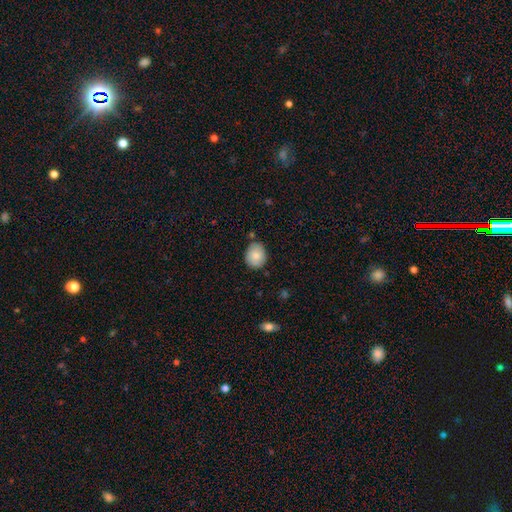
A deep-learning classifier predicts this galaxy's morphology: Smooth or featured?
  - smooth: 83% *
  - featured or disk: 10%
  - star or artifact: 7%
How rounded?
  - round: 60% *
  - in between: 39%
  - cigar-shaped: 1%
Merging?
  - none: 78% *
  - minor disturbance: 16%
  - merger: 3%
  - major disturbance: 3%